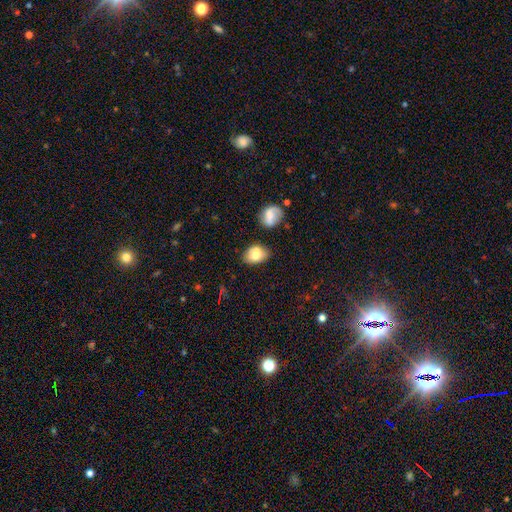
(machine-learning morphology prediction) Smooth or featured?
  - smooth: 71% *
  - featured or disk: 20%
  - star or artifact: 9%
How rounded?
  - in between: 73% *
  - round: 25%
  - cigar-shaped: 1%
Merging?
  - none: 52% *
  - merger: 24%
  - minor disturbance: 19%
  - major disturbance: 5%